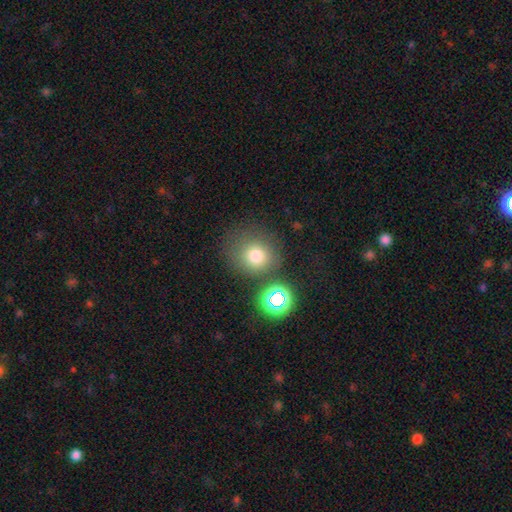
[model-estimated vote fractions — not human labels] smooth-or-featured: smooth: 75% | star or artifact: 16% | featured or disk: 8%
  how-rounded: round: 84% | in between: 15% | cigar-shaped: 1%
  merging: none: 71% | minor disturbance: 13% | merger: 9% | major disturbance: 6%